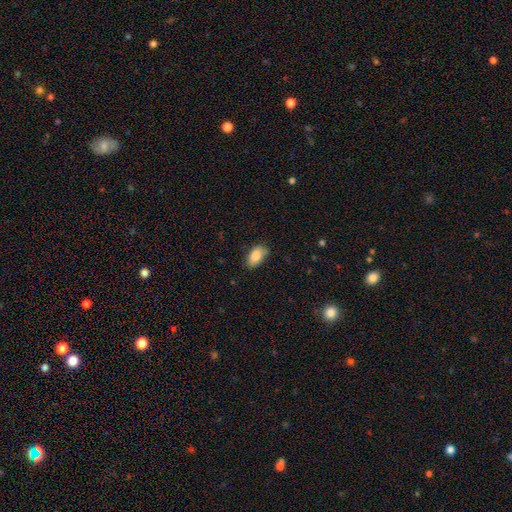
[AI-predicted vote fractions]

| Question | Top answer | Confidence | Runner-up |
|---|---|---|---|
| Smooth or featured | smooth | 83% | featured or disk (10%) |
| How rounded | in between | 91% | round (7%) |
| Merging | none | 75% | minor disturbance (20%) |